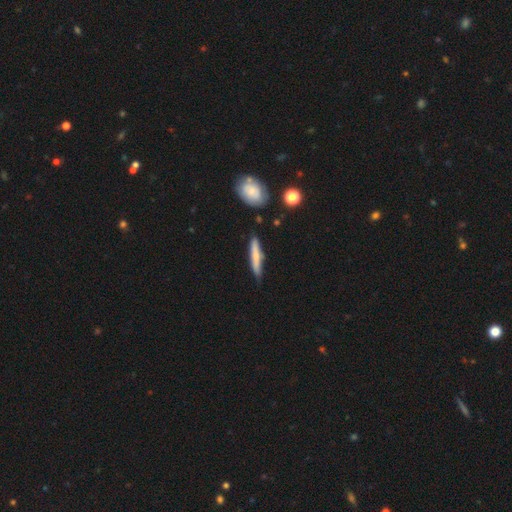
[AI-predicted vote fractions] A smooth galaxy with no disk features (60%) that is cigar-shaped (90%). Merging: none (80%).